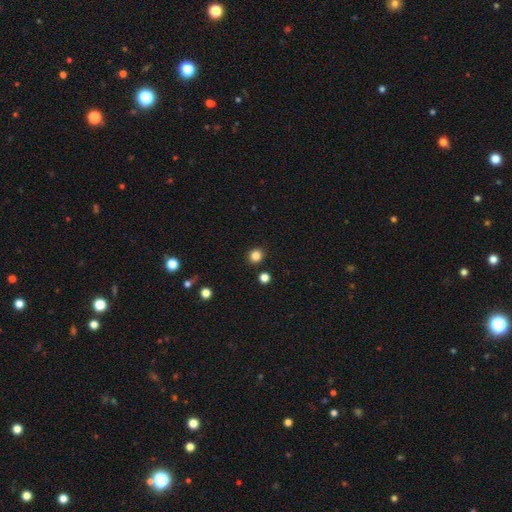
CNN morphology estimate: Smooth or featured? Predicted: smooth (p=0.84). How rounded? Predicted: round (p=0.86). Merging? Predicted: none (p=0.90).